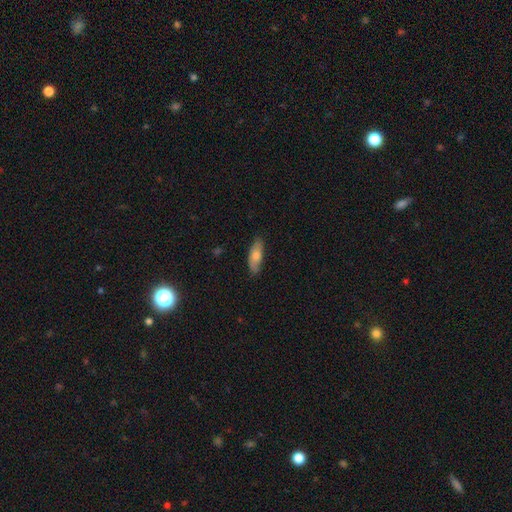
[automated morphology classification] smooth_or_featured: smooth (p=0.73) [alt: featured or disk p=0.21]
how_rounded: in between (p=0.68) [alt: cigar-shaped p=0.30]
merging: none (p=0.79) [alt: minor disturbance p=0.16]